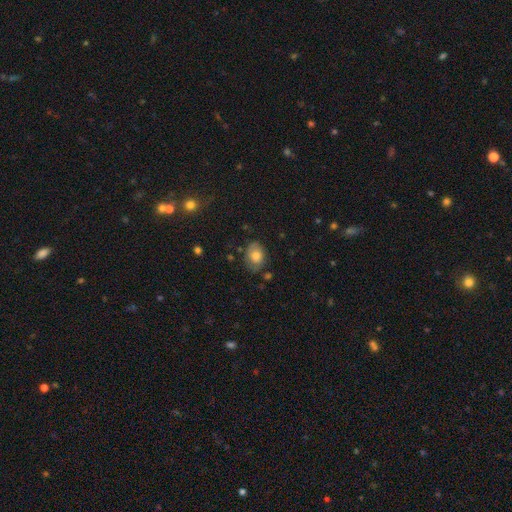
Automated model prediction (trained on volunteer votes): Smooth or featured? smooth (74%)
How rounded? in between (70%)
Merging? none (71%)